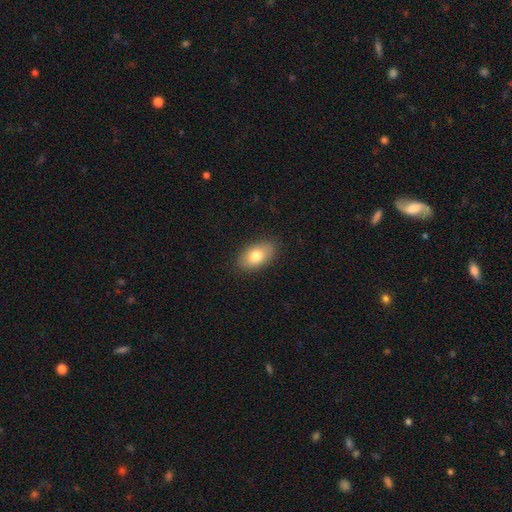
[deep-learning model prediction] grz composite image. It shows a smooth galaxy with no disk features (77%) that is in between round and cigar-shaped (91%). Merging: none (86%).